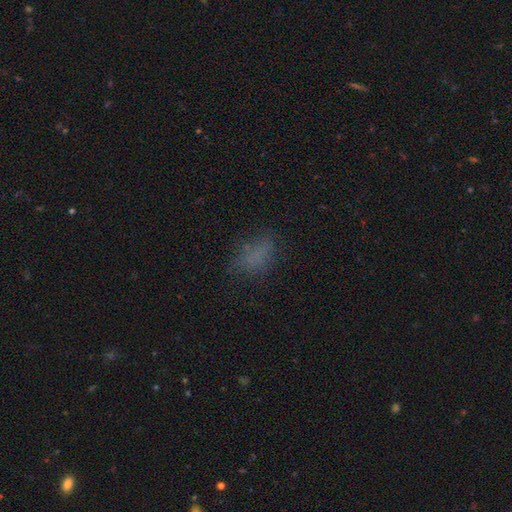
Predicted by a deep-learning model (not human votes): A smooth galaxy with no disk features (66%) that is in between round and cigar-shaped (79%). Merging: none (63%).